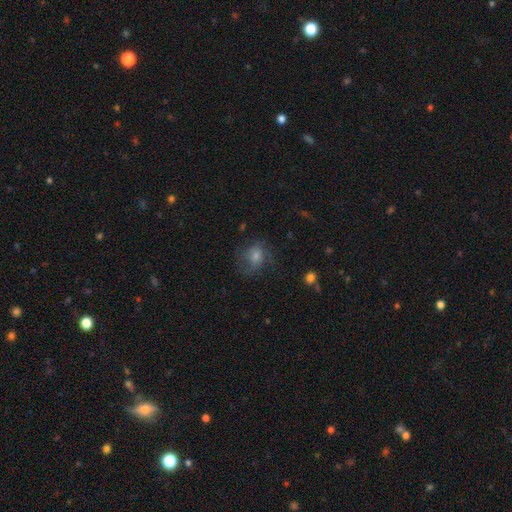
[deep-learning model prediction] This appears to be a smooth galaxy with no disk features (42%). Merging: none (59%).